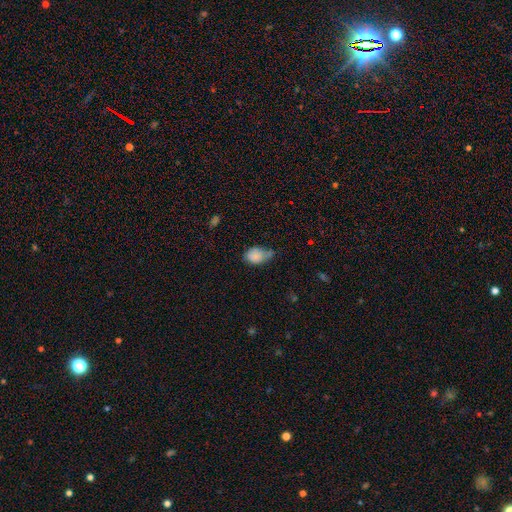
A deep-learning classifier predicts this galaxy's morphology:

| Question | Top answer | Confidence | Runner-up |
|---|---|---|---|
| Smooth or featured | smooth | 81% | featured or disk (10%) |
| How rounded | in between | 78% | round (21%) |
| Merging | minor disturbance | 45% | none (28%) |